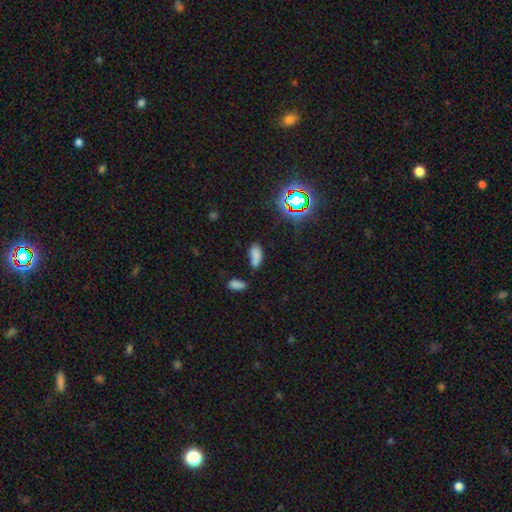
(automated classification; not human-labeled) This appears to be a smooth galaxy with no disk features (74%) that is in between round and cigar-shaped (86%). Merging: none (54%).